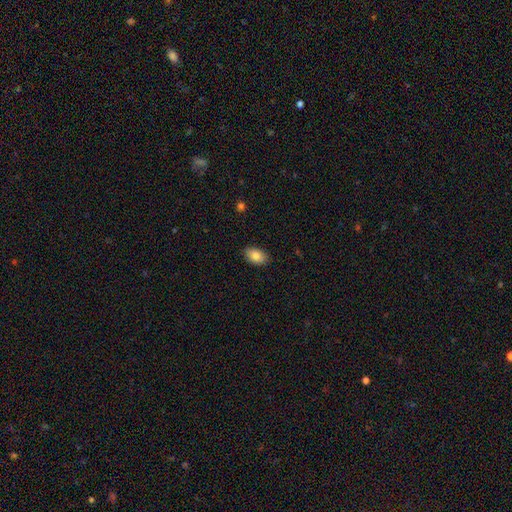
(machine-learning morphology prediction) A smooth galaxy with no disk features (84%) that is in between round and cigar-shaped (89%). Merging: none (88%).